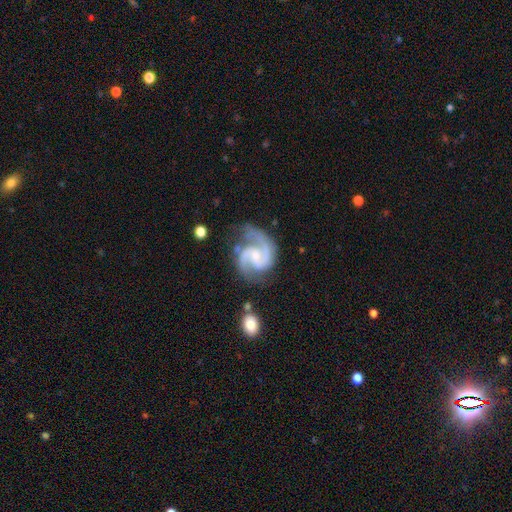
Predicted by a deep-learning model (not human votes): smooth_or_featured: featured or disk (p=0.93) [alt: star or artifact p=0.04]
disk_edge_on: no (p=0.98) [alt: yes p=0.02]
bar: weak (p=0.45) [alt: no p=0.44]
has_spiral_arms: yes (p=0.98) [alt: no p=0.02]
spiral_winding: medium (p=0.62) [alt: tight p=0.24]
spiral_arm_count: 2 (p=0.89) [alt: 3 p=0.05]
bulge_size: small (p=0.59) [alt: moderate p=0.28]
merging: none (p=0.65) [alt: minor disturbance p=0.21]